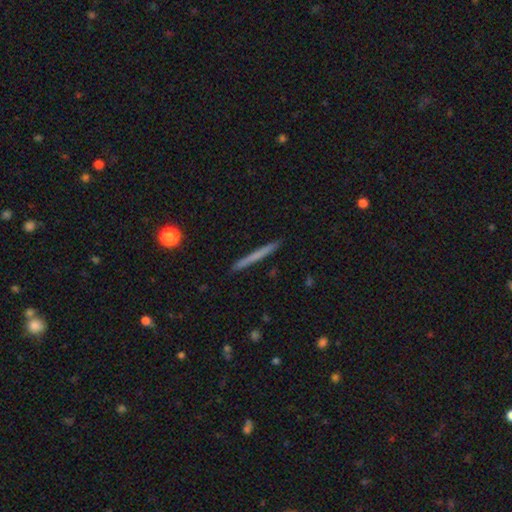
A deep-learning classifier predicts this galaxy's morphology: A smooth galaxy with no disk features (61%) that is cigar-shaped (97%).

Vote fractions:
- Smooth or featured? smooth: 61% / featured or disk: 33% / star or artifact: 6%
- How rounded? cigar-shaped: 97% / in between: 2% / round: 1%
- Merging? none: 92% / minor disturbance: 5% / major disturbance: 1% / merger: 1%